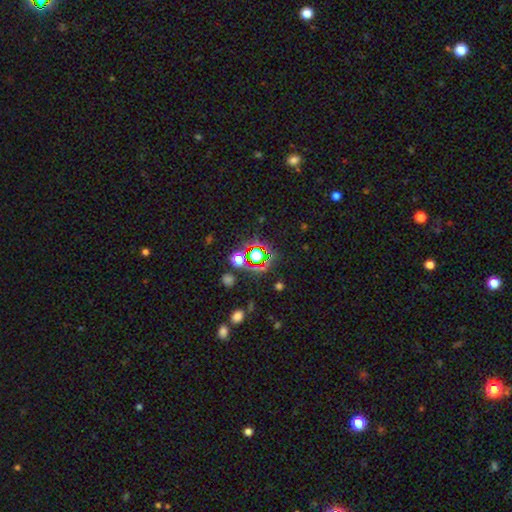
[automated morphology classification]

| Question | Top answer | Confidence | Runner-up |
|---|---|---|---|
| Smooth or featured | star or artifact | 67% | smooth (23%) |